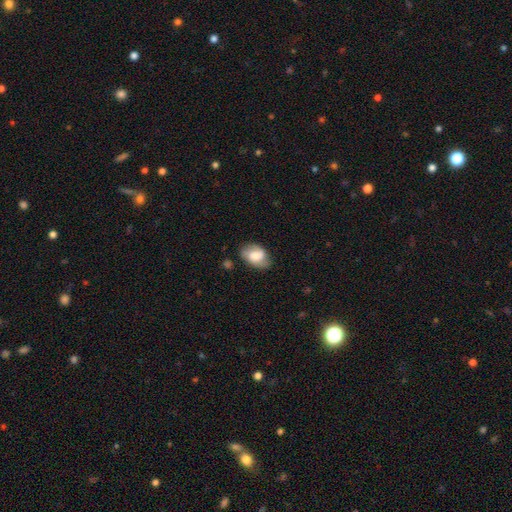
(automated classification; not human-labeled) Smooth or featured? Predicted: smooth (p=0.61). How rounded? Predicted: in between (p=0.84). Merging? Predicted: none (p=0.66).